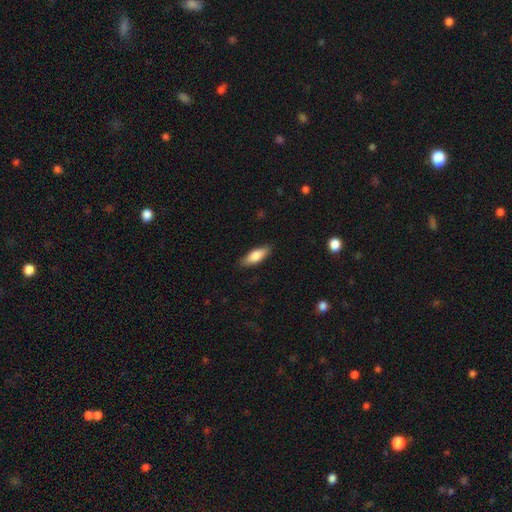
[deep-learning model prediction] The model was most divided on "how rounded": in between: 66%, cigar-shaped: 31%, round: 2%. More confident: merging — none (86%); smooth or featured — smooth (78%).